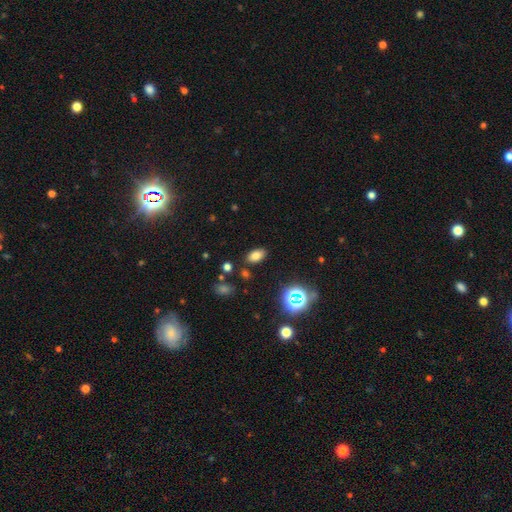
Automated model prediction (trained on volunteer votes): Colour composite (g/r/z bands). It shows a smooth galaxy with no disk features (74%) that is in between round and cigar-shaped (89%). Merging: none (85%).